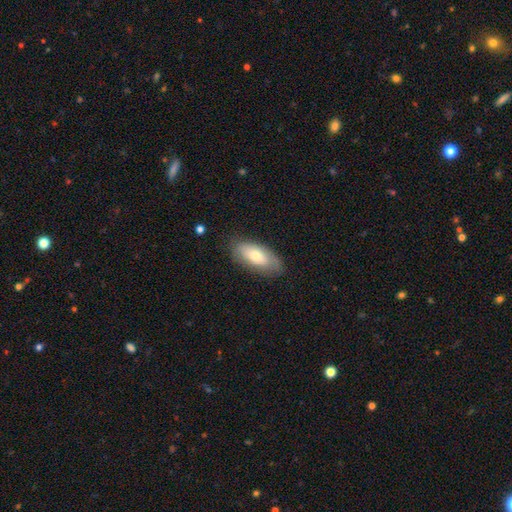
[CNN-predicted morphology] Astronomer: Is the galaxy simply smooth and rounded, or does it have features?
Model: smooth — 69%.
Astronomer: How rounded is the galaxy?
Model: in between — 87%.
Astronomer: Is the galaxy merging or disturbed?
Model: none — 80%.